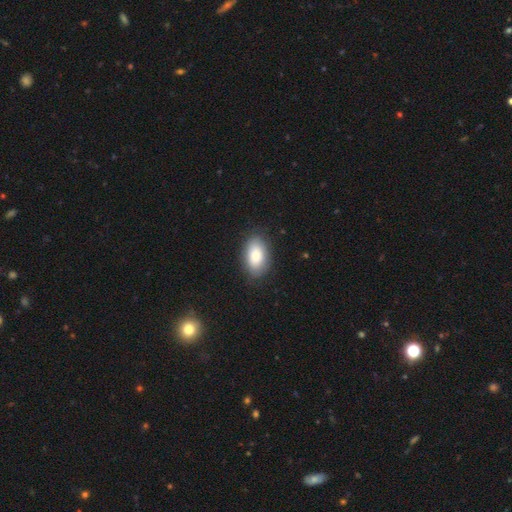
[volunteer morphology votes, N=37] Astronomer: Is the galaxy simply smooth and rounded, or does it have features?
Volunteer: smooth — 92%.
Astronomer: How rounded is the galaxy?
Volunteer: in between — 91%.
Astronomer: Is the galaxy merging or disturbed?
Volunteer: none — 74%.